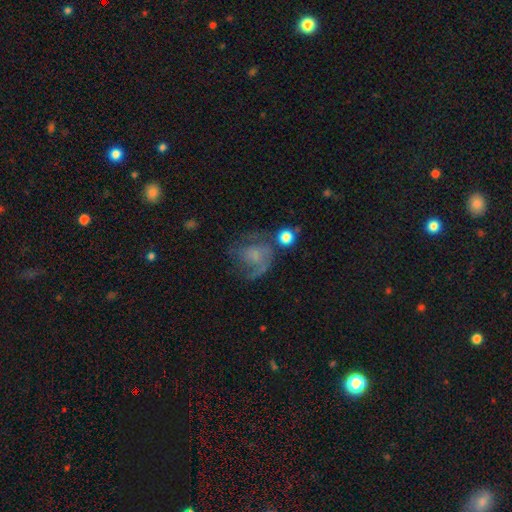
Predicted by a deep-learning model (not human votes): This is possibly a featured or disk galaxy (56%). It is clearly not viewed edge-on (98%). Bar: likely no (75%). Spiral arm pattern: likely yes (76%). Central bulge: possibly none (45%). Merging: marginally none (40%).